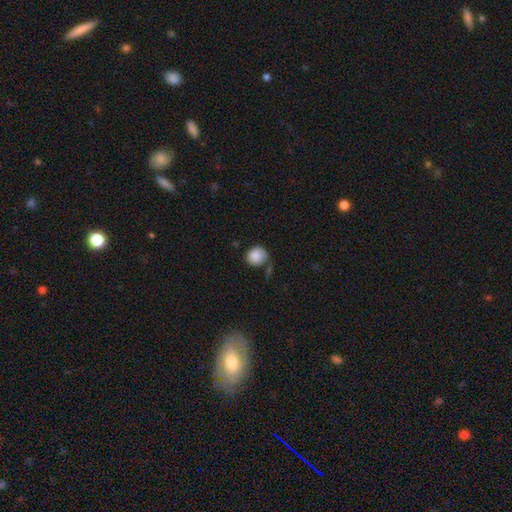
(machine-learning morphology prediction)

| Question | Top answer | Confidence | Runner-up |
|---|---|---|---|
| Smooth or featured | smooth | 87% | star or artifact (8%) |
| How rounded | round | 82% | in between (17%) |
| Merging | none | 61% | minor disturbance (24%) |